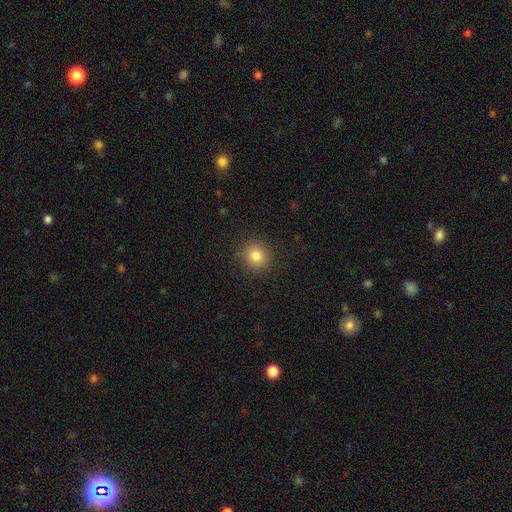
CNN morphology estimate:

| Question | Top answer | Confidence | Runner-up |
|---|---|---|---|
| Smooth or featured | smooth | 81% | star or artifact (12%) |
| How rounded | round | 90% | in between (9%) |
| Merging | none | 89% | minor disturbance (7%) |